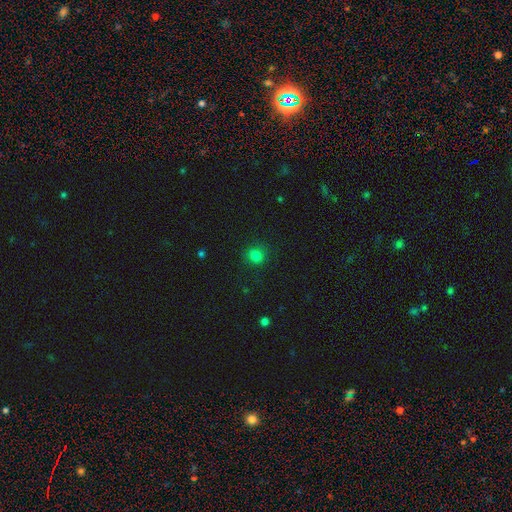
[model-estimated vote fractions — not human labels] smooth 80%, star or artifact 15%, featured or disk 5%. Down the decision tree: how rounded — round (83%); merging — none (86%).